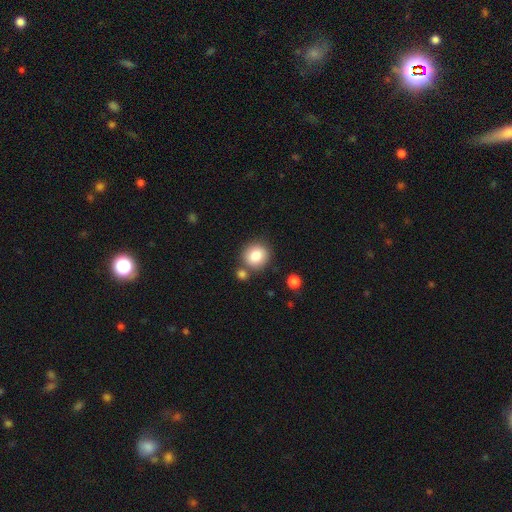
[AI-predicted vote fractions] A smooth galaxy with no disk features (83%) that is round (87%). Merging: none (73%).